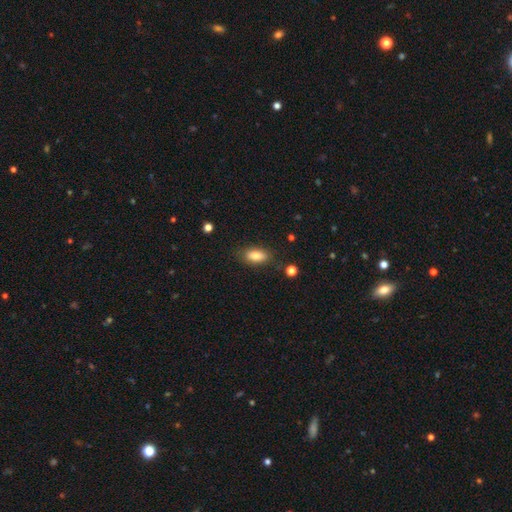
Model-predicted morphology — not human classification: The model was most divided on "merging": none: 81%, minor disturbance: 14%, major disturbance: 3%, merger: 2%. More confident: how rounded — in between (86%); smooth or featured — smooth (82%).